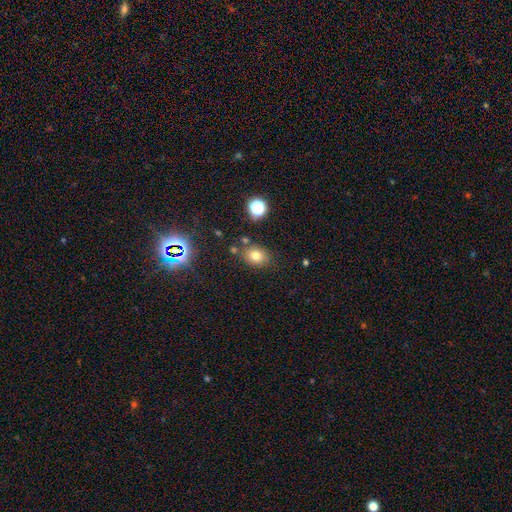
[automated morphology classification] The model was most divided on "how rounded": in between: 52%, round: 46%, cigar-shaped: 1%. More confident: merging — none (76%); smooth or featured — smooth (75%).